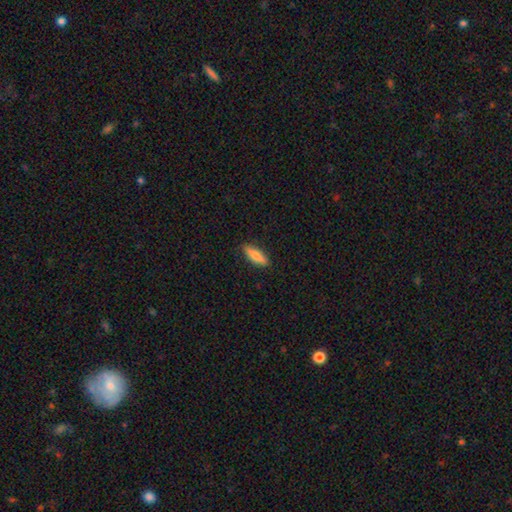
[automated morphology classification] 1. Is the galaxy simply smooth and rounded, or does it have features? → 80% smooth, 14% featured or disk, 6% star or artifact.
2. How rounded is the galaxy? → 59% cigar-shaped, 40% in between, 2% round.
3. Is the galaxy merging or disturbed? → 88% none, 9% minor disturbance, 2% major disturbance, 1% merger.